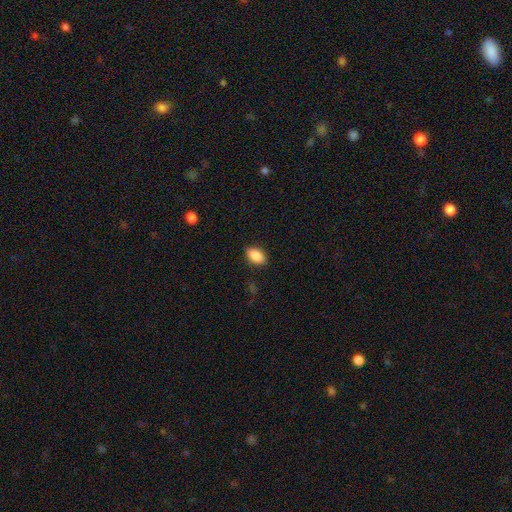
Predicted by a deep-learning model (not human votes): smooth 89%, star or artifact 7%, featured or disk 4%. Down the decision tree: how rounded — in between (91%); merging — none (87%).